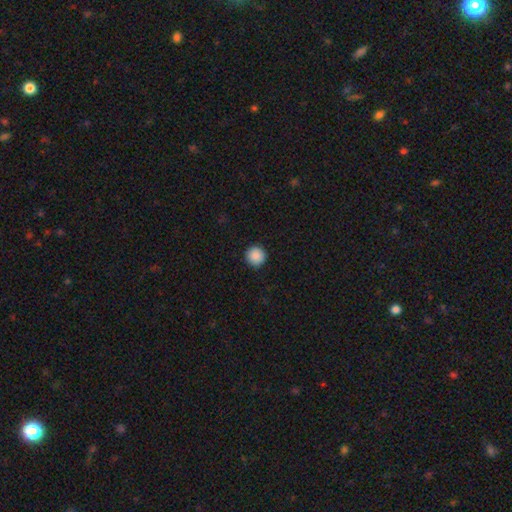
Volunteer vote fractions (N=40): Smooth or featured?
  - smooth: 95% *
  - featured or disk: 2%
  - star or artifact: 2%
How rounded?
  - round: 100% *
  - in between: 0%
  - cigar-shaped: 0%
Merging?
  - none: 87% *
  - minor disturbance: 10%
  - major disturbance: 3%
  - merger: 0%